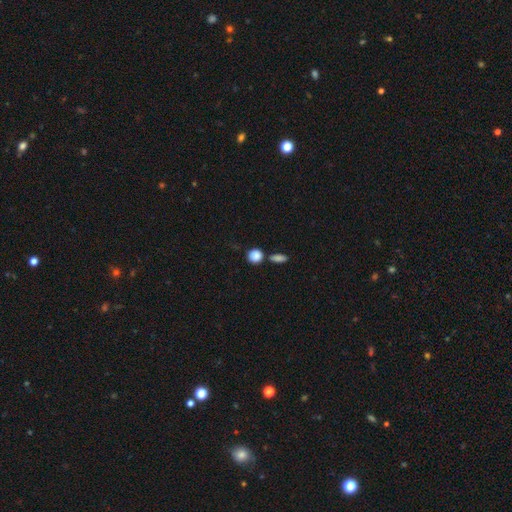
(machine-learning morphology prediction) Smooth or featured? smooth (86%)
How rounded? round (81%)
Merging? none (66%)